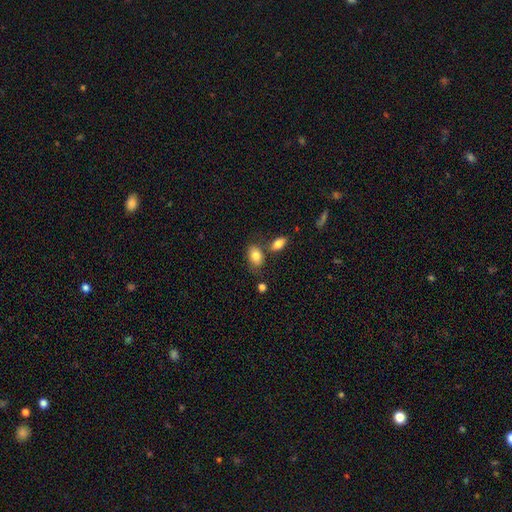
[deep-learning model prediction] Morphology: type=smooth (82%); roundness=in between (84%); merging=none (64%).